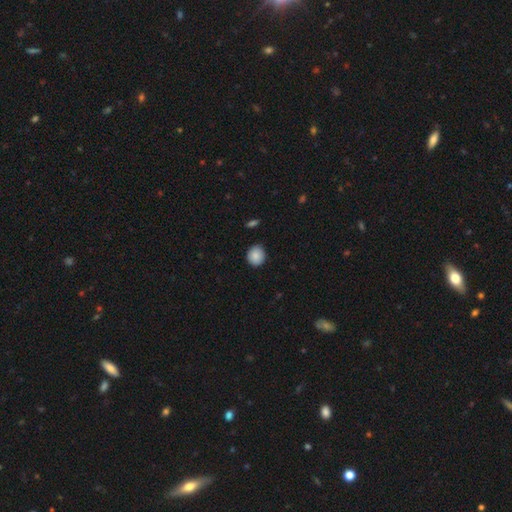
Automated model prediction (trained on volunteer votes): A smooth galaxy with no disk features (87%) that is round (81%). Merging: none (88%).